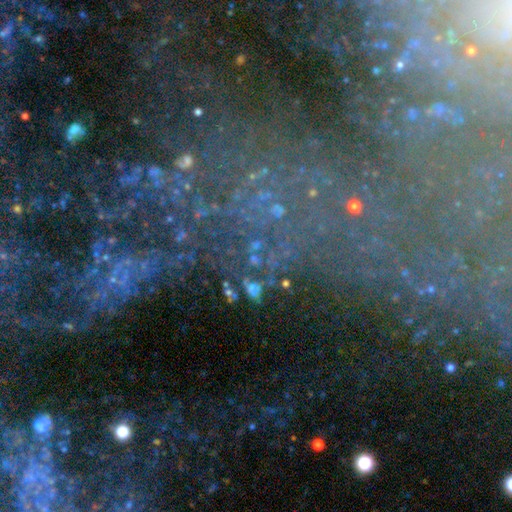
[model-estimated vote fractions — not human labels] Morphology: type=star or artifact (54%).